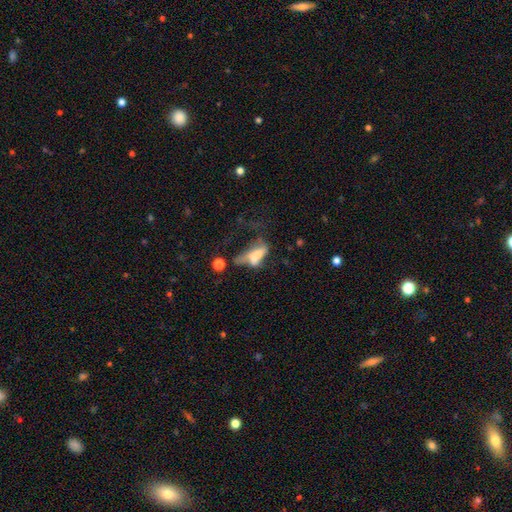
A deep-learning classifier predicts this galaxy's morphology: The model was most divided on "smooth or featured": smooth: 51%, featured or disk: 37%, star or artifact: 13%. Remaining: how rounded — in between (74%); merging — major disturbance (42%).